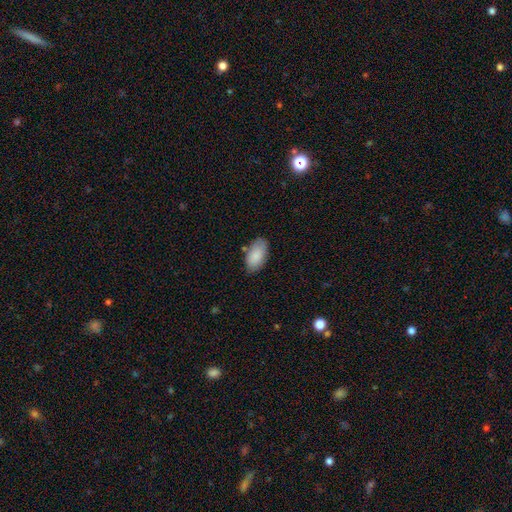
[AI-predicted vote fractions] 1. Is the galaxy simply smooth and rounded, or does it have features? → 87% smooth, 7% featured or disk, 6% star or artifact.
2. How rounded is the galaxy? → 95% in between, 3% round, 2% cigar-shaped.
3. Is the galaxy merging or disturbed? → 78% none, 16% minor disturbance, 3% major disturbance, 3% merger.